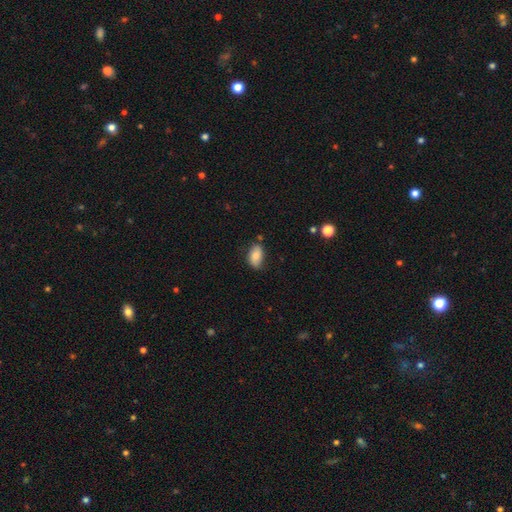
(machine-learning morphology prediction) smooth 77%, featured or disk 16%, star or artifact 8%. Down the decision tree: how rounded — in between (92%); merging — none (70%).